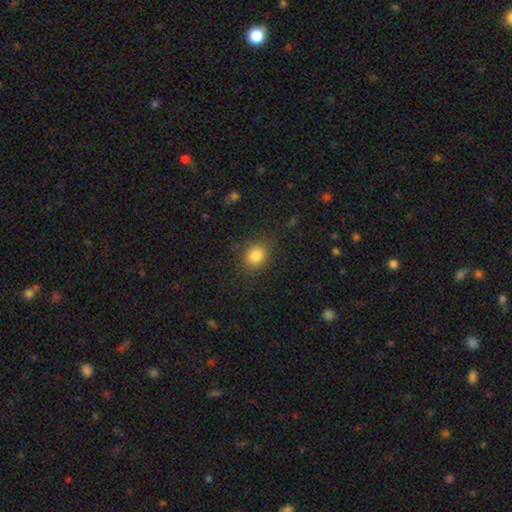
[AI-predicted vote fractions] smooth 83%, star or artifact 11%, featured or disk 7%. Down the decision tree: how rounded — round (64%); merging — none (82%).